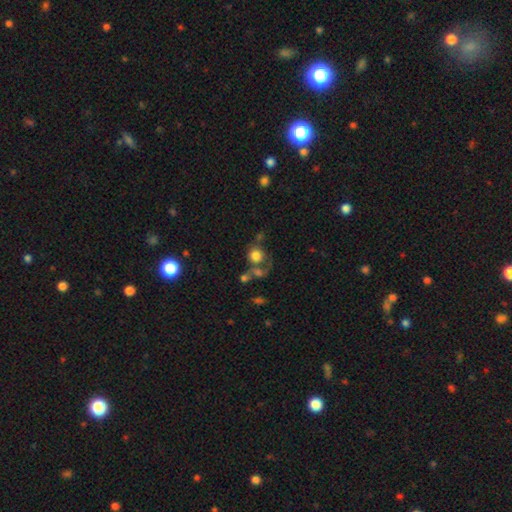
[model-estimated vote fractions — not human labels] A smooth galaxy with no disk features (73%) that is round (84%). Merging: none (40%).